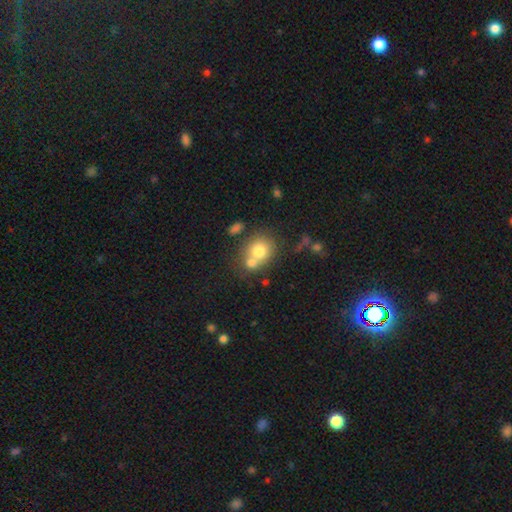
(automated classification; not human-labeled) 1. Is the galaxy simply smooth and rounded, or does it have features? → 72% smooth, 15% featured or disk, 13% star or artifact.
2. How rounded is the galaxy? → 75% round, 24% in between, 1% cigar-shaped.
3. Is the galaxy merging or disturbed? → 45% none, 42% merger, 9% minor disturbance, 4% major disturbance.